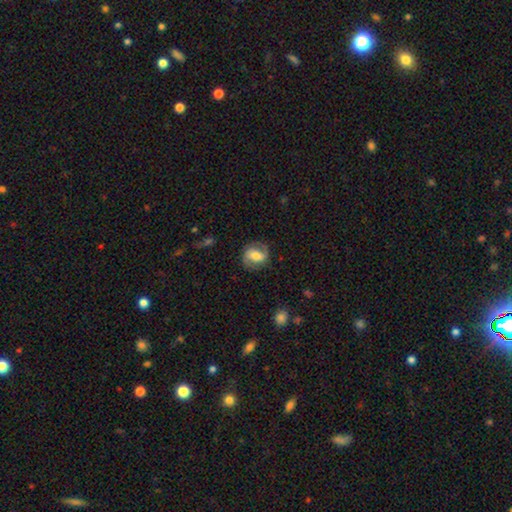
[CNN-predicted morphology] This appears to be a featured or disk galaxy (59%) with a weak bar (40%), spiral arms (85%) and a moderate central bulge (55%). Merging: none (78%).